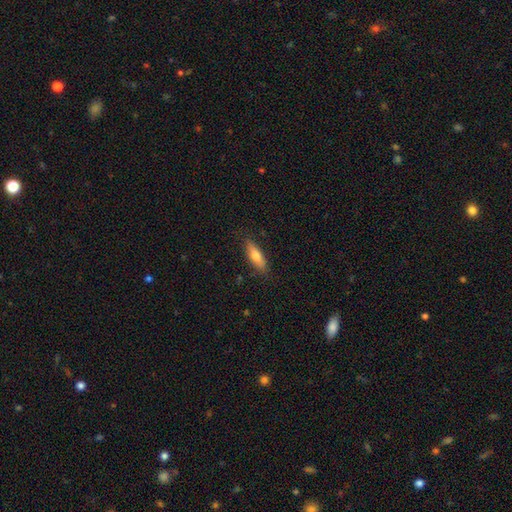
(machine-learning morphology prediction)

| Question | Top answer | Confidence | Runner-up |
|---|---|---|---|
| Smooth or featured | smooth | 72% | featured or disk (21%) |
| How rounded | in between | 49% | cigar-shaped (48%) |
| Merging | none | 84% | minor disturbance (12%) |